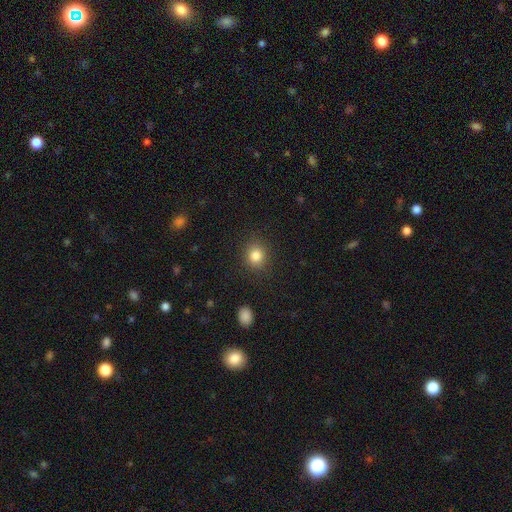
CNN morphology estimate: A smooth galaxy with no disk features (84%) that is round (79%).

Vote fractions:
- Smooth or featured? smooth: 84% / star or artifact: 11% / featured or disk: 5%
- How rounded? round: 79% / in between: 20% / cigar-shaped: 1%
- Merging? none: 88% / minor disturbance: 8% / major disturbance: 3% / merger: 1%